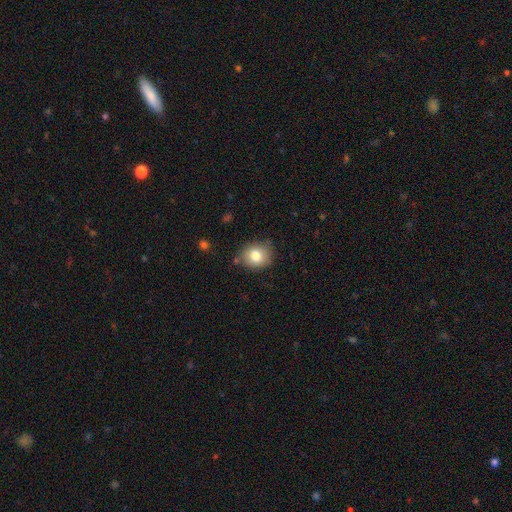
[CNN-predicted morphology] This appears to be a smooth galaxy with no disk features (79%) that is round (70%). Merging: none (77%).